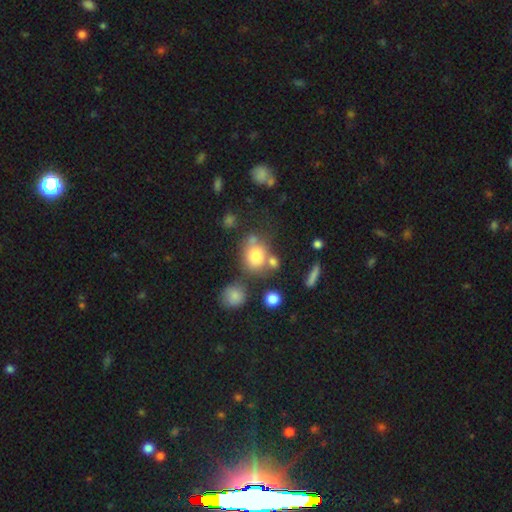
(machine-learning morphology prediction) A smooth galaxy with no disk features (74%) that is round (54%). Merging: none (48%).